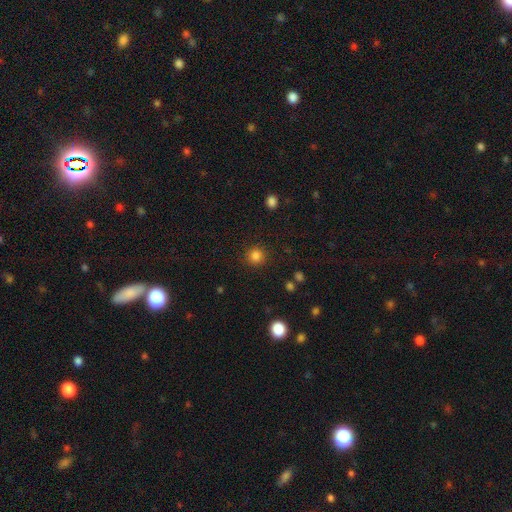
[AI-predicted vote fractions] This appears to be a smooth galaxy with no disk features (83%) that is round (93%). Merging: none (89%).